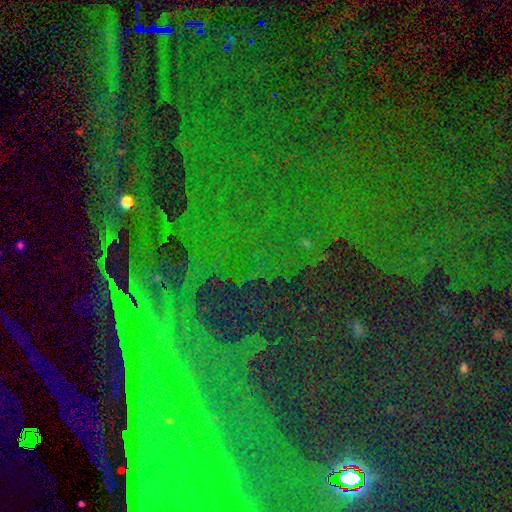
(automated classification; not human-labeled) star or artifact 85%, smooth 8%, featured or disk 7%.